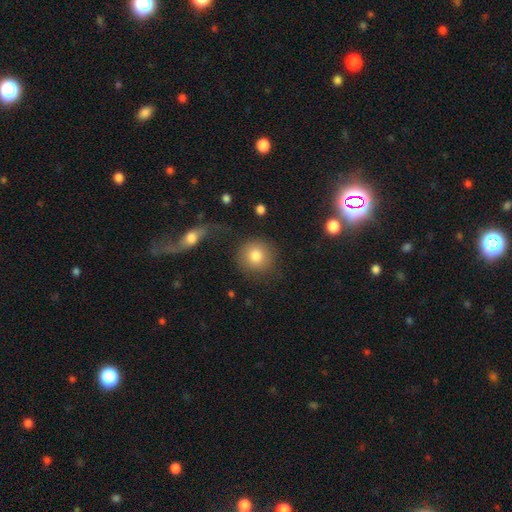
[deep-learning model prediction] This is clearly a smooth galaxy (81%). How rounded: clearly round (91%). Merging: likely none (78%).